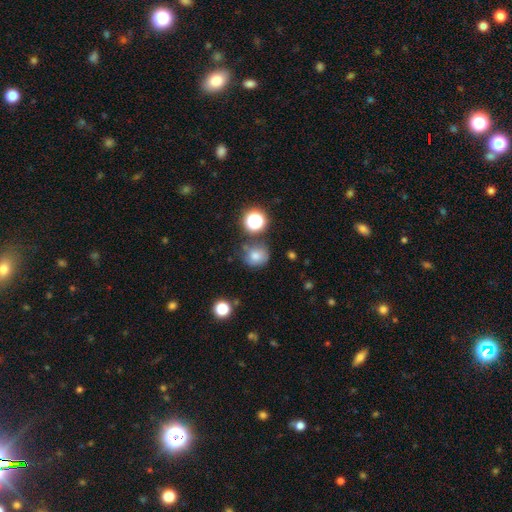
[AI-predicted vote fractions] This is likely a smooth galaxy (68%). How rounded: likely round (77%). Merging: likely none (70%).